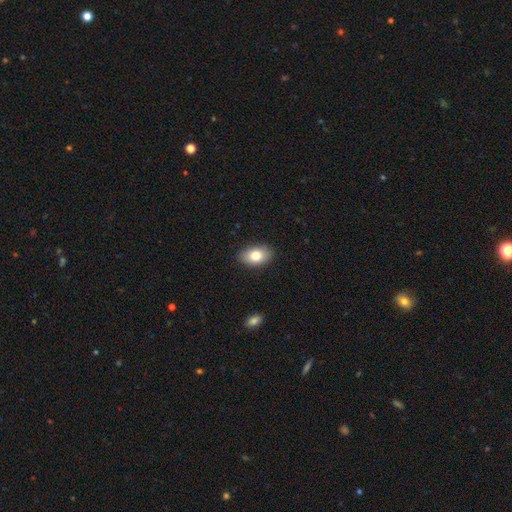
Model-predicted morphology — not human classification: This appears to be a smooth galaxy with no disk features (78%) that is in between round and cigar-shaped (87%). Merging: none (88%).